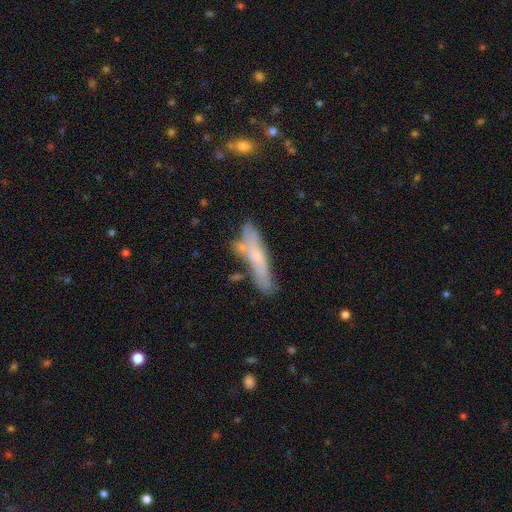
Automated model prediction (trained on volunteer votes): The model was most divided on "smooth or featured": smooth: 53%, featured or disk: 40%, star or artifact: 7%. More confident: how rounded — cigar-shaped (83%); merging — none (56%).